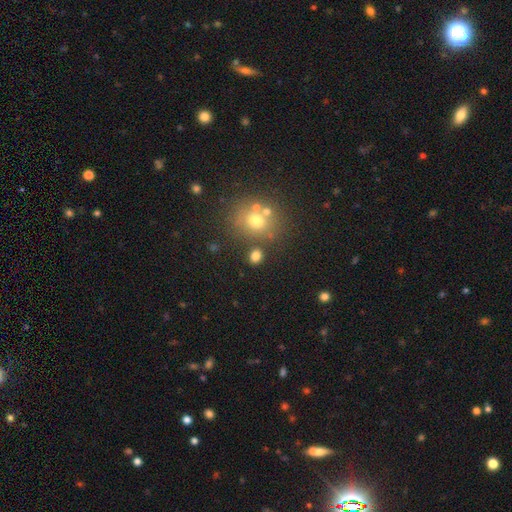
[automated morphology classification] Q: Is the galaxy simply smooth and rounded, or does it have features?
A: smooth — 75%.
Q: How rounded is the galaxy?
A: round — 64%.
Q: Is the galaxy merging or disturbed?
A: none — 73%.